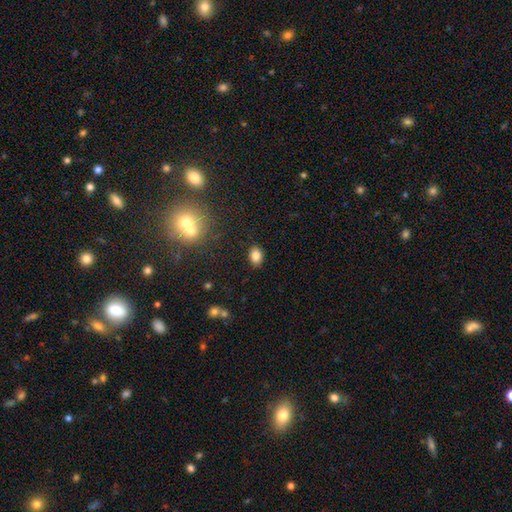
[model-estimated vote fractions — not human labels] Q: Smooth or featured?
A: smooth (83%); runner-up: star or artifact (11%)
Q: How rounded?
A: in between (80%); runner-up: round (18%)
Q: Merging?
A: none (87%); runner-up: minor disturbance (9%)